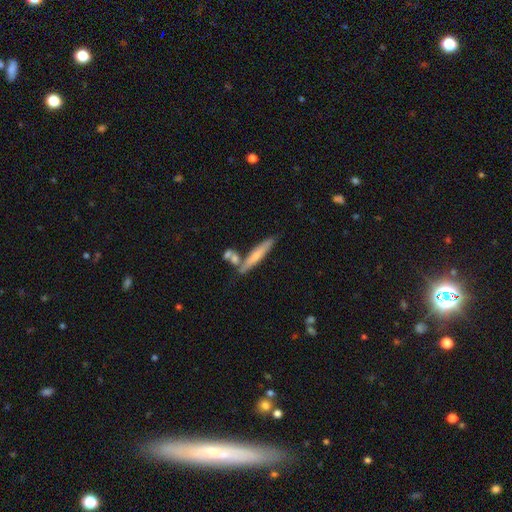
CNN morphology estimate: A smooth galaxy with no disk features (56%) that is cigar-shaped (90%). Merging: none (65%).